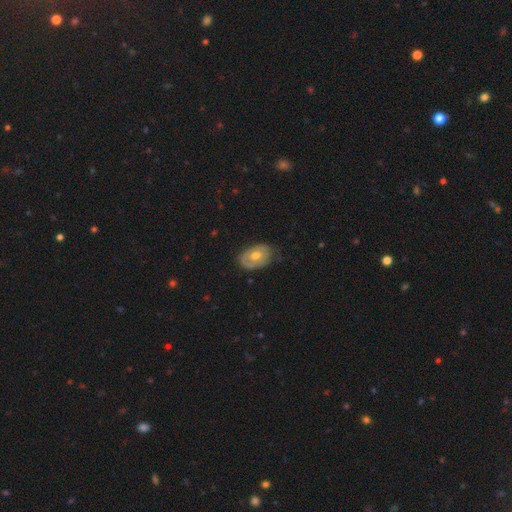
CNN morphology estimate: smooth_or_featured: featured or disk (p=0.53) [alt: smooth p=0.40]
disk_edge_on: no (p=0.93) [alt: yes p=0.07]
merging: none (p=0.68) [alt: minor disturbance p=0.24]